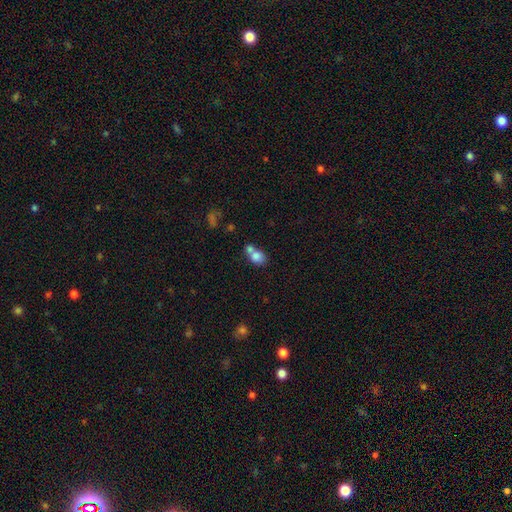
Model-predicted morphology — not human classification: Q: Smooth or featured?
A: smooth (77%); runner-up: featured or disk (13%)
Q: How rounded?
A: in between (53%); runner-up: round (46%)
Q: Merging?
A: merger (58%); runner-up: none (29%)